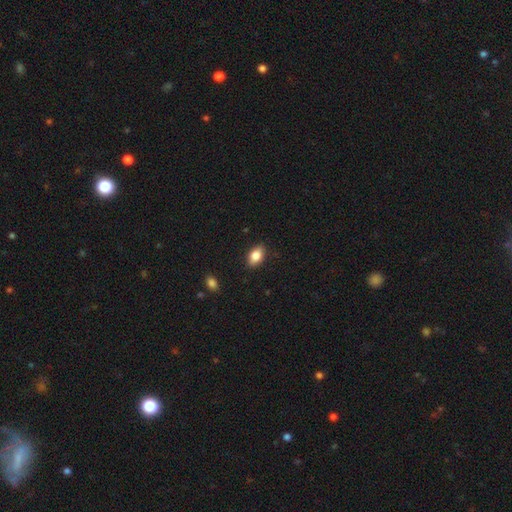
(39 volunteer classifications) Morphology: type=smooth (90%); roundness=in between (97%); merging=none (78%).